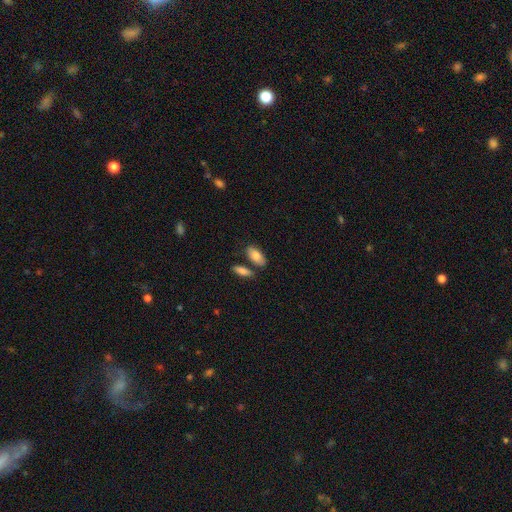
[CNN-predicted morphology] A smooth galaxy with no disk features (82%) that is in between round and cigar-shaped (89%).

Vote fractions:
- Smooth or featured? smooth: 82% / featured or disk: 12% / star or artifact: 6%
- How rounded? in between: 89% / cigar-shaped: 8% / round: 3%
- Merging? none: 71% / merger: 14% / minor disturbance: 12% / major disturbance: 3%